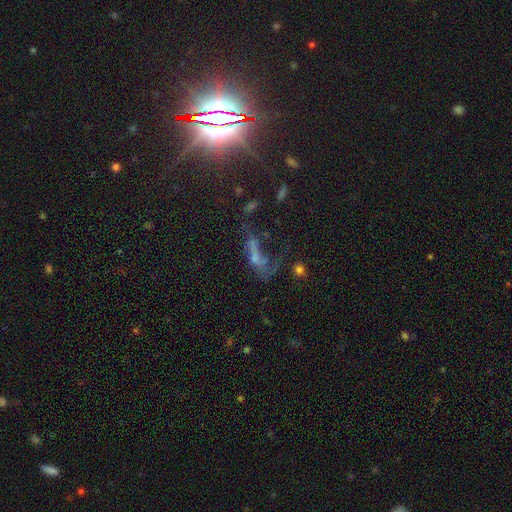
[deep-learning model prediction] smooth-or-featured: featured or disk: 39% | smooth: 32% | star or artifact: 29%
  merging: major disturbance: 40% | none: 28% | merger: 16% | minor disturbance: 16%